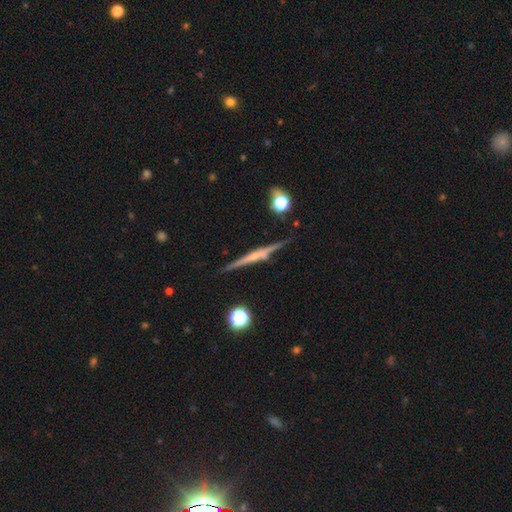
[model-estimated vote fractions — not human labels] smooth_or_featured: featured or disk (p=0.72) [alt: smooth p=0.20]
disk_edge_on: yes (p=0.97) [alt: no p=0.03]
edge_on_bulge: rounded (p=0.58) [alt: none p=0.28]
merging: none (p=0.84) [alt: minor disturbance p=0.10]